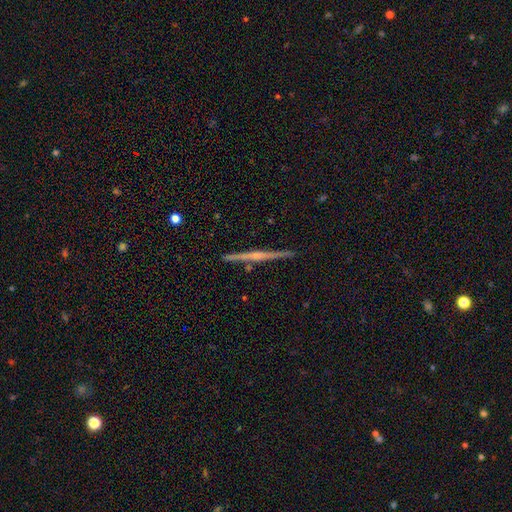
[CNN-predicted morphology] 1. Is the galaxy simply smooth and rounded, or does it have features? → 75% featured or disk, 19% smooth, 6% star or artifact.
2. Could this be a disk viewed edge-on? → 98% yes, 2% no.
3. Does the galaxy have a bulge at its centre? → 49% rounded, 39% none, 12% boxy.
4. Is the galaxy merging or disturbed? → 91% none, 6% minor disturbance, 2% merger, 1% major disturbance.